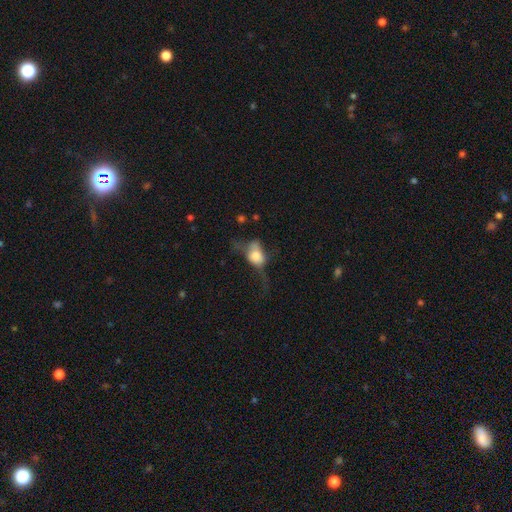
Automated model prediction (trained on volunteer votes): The model was most divided on "merging": major disturbance: 47%, none: 26%, minor disturbance: 21%, merger: 6%. More confident: how rounded — in between (64%); smooth or featured — smooth (57%).